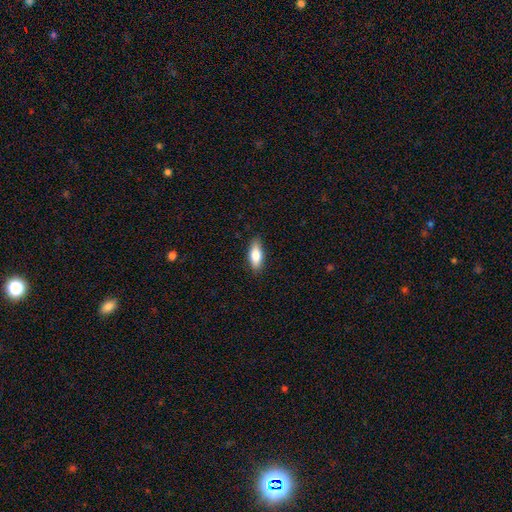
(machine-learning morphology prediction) smooth-or-featured: smooth: 80% | featured or disk: 14% | star or artifact: 6%
  how-rounded: in between: 76% | cigar-shaped: 22% | round: 3%
  merging: none: 86% | minor disturbance: 10% | major disturbance: 2% | merger: 1%